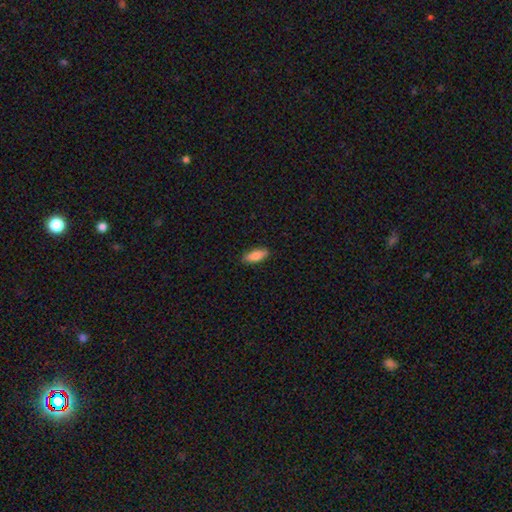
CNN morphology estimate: This appears to be a smooth galaxy with no disk features (84%) that is in between round and cigar-shaped (74%). Merging: none (88%).